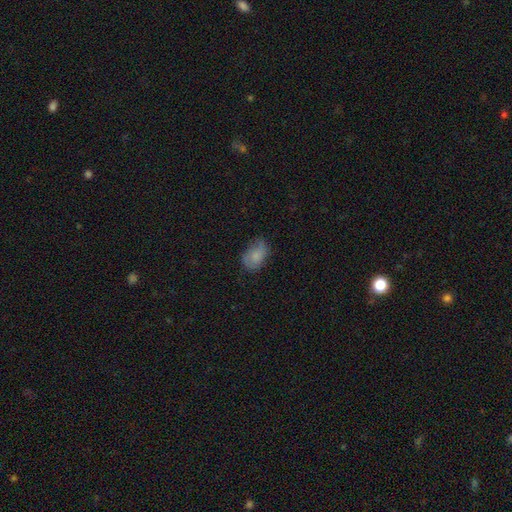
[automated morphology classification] type=smooth (65%); roundness=in between (83%); merging=none (56%).